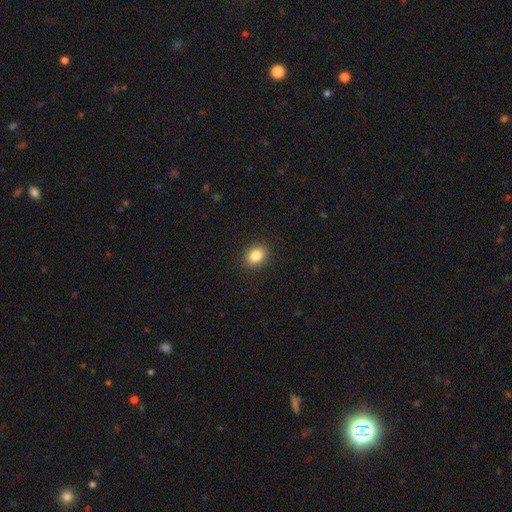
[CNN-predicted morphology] This appears to be a smooth galaxy with no disk features (84%) that is in between round and cigar-shaped (57%). Merging: none (90%).